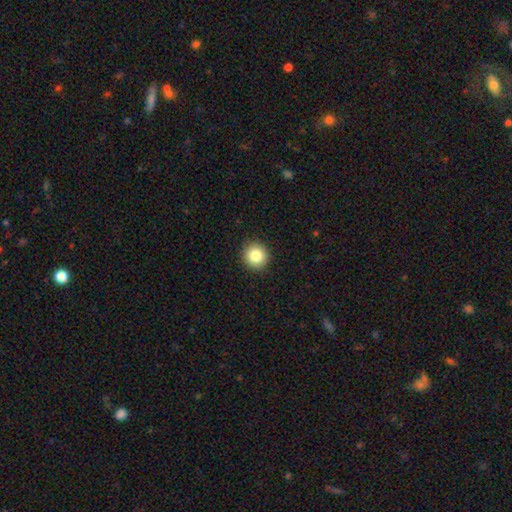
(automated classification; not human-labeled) This is clearly a smooth galaxy (84%). How rounded: clearly round (93%). Merging: clearly none (92%).